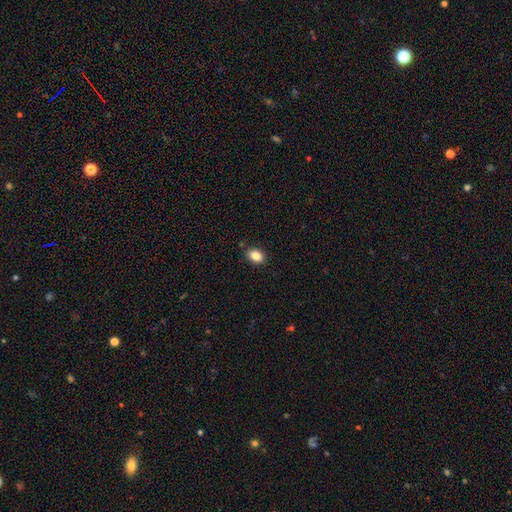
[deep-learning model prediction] A smooth galaxy with no disk features (85%) that is in between round and cigar-shaped (79%). Merging: none (86%).